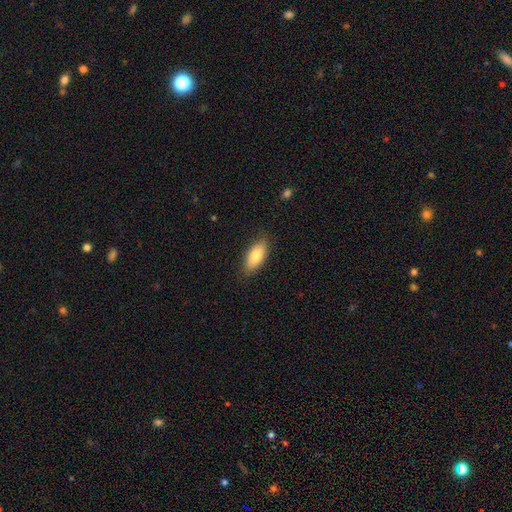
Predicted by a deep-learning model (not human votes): smooth-or-featured: smooth: 81% | featured or disk: 12% | star or artifact: 6%
  how-rounded: in between: 83% | cigar-shaped: 15% | round: 2%
  merging: none: 83% | minor disturbance: 13% | major disturbance: 3% | merger: 1%